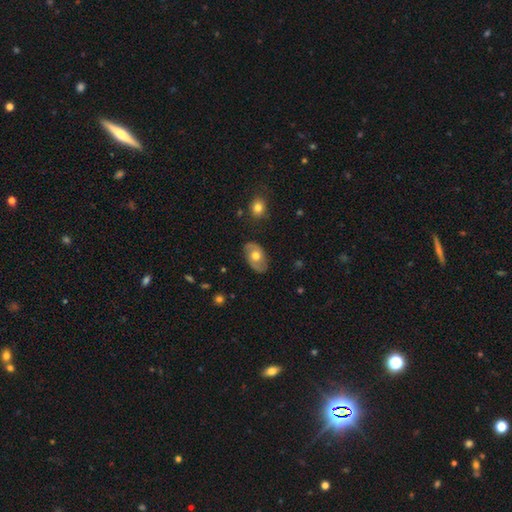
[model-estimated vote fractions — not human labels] Smooth or featured? smooth (52%)
How rounded? in between (88%)
Merging? none (80%)